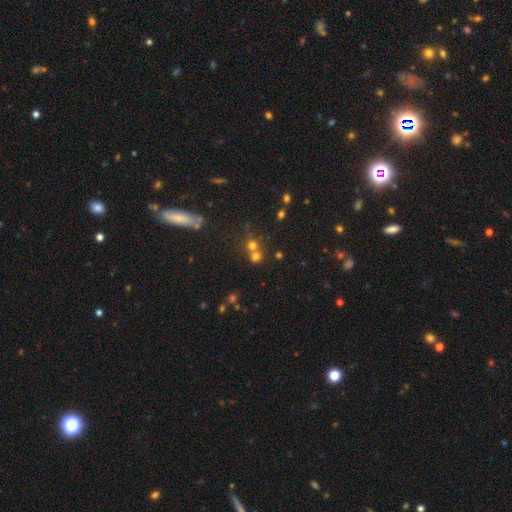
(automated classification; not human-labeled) This appears to be a smooth galaxy with no disk features (62%) that is round (86%). Merging: none (46%).